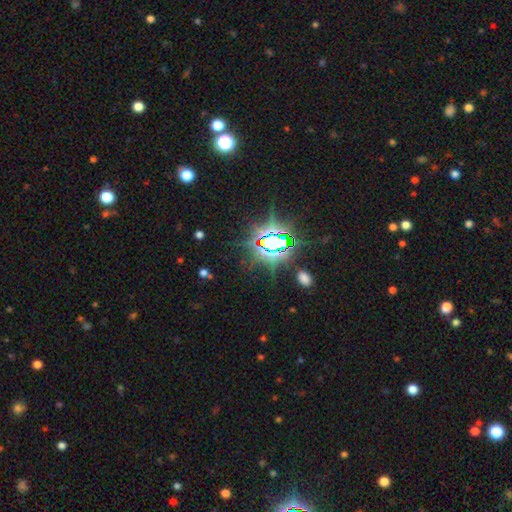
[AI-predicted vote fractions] star or artifact 83%, smooth 10%, featured or disk 7%.